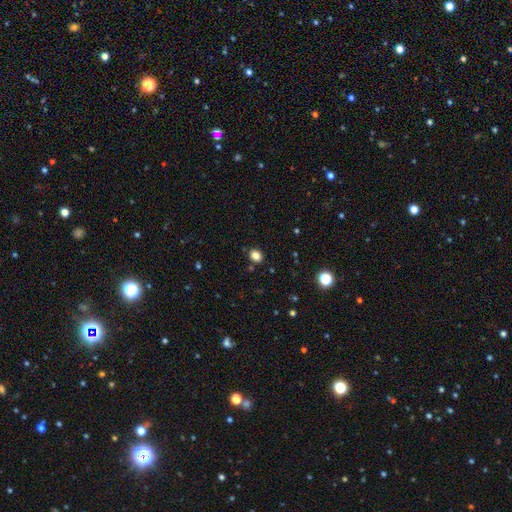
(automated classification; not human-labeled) Q: Smooth or featured?
A: smooth (83%); runner-up: star or artifact (13%)
Q: How rounded?
A: round (50%); runner-up: in between (49%)
Q: Merging?
A: none (87%); runner-up: minor disturbance (9%)